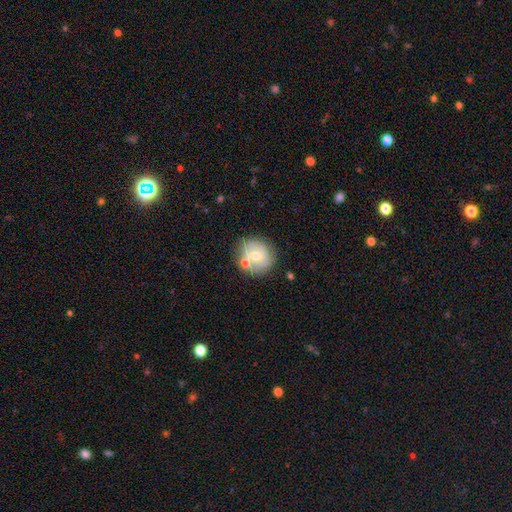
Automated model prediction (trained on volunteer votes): Smooth or featured? Predicted: smooth (p=0.53). How rounded? Predicted: round (p=0.83). Merging? Predicted: none (p=0.62).